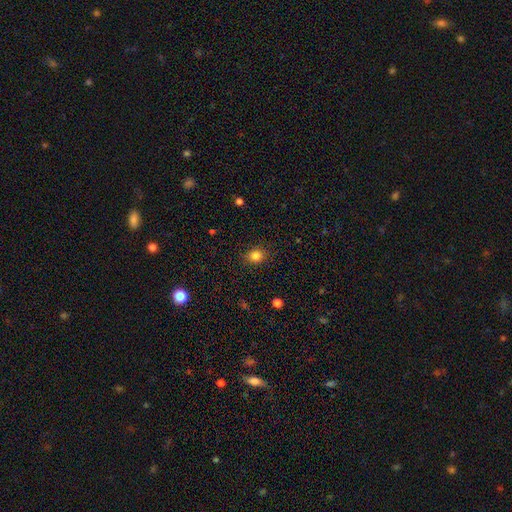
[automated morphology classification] This is clearly a smooth galaxy (83%). How rounded: likely round (64%). Merging: clearly none (88%).